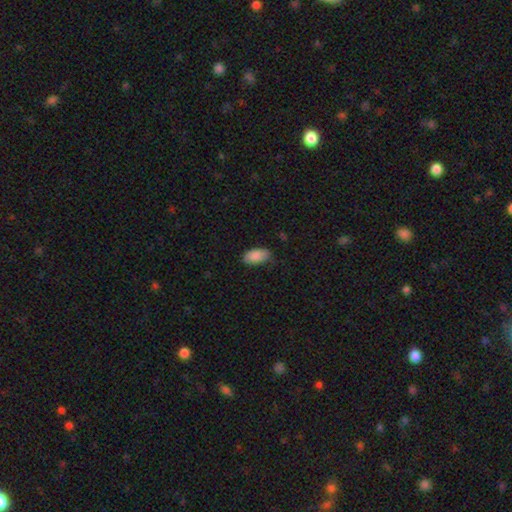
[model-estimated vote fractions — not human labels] Smooth or featured? Predicted: smooth (p=0.88). How rounded? Predicted: in between (p=0.94). Merging? Predicted: none (p=0.70).